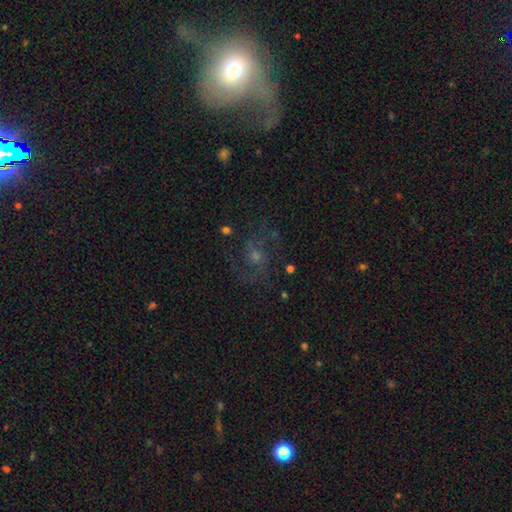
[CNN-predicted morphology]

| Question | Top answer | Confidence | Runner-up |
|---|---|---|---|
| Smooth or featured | featured or disk | 45% | smooth (28%) |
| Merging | none | 49% | major disturbance (27%) |